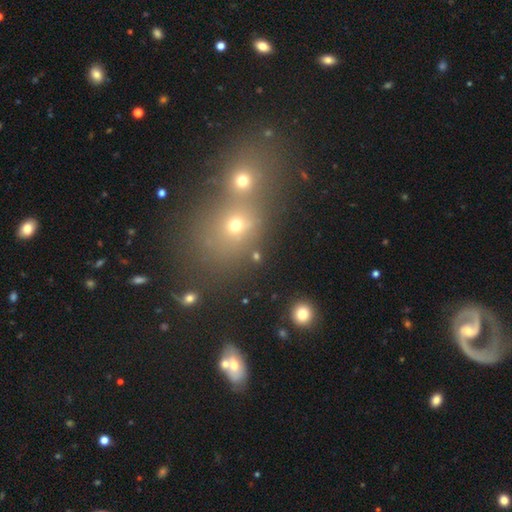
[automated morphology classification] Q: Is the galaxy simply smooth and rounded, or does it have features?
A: smooth — 61%.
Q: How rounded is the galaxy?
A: round — 67%.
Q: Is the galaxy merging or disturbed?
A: none — 53%.